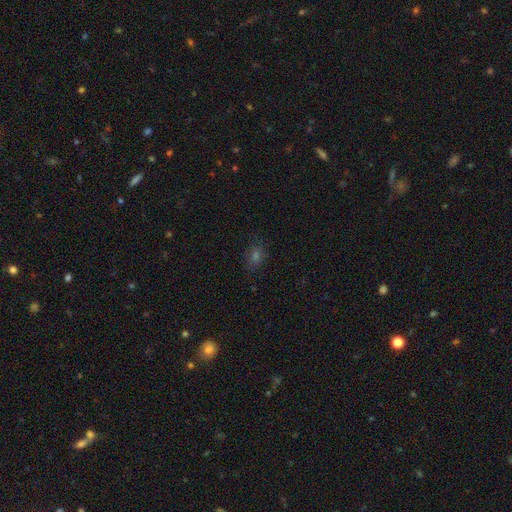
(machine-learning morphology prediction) Overall: smooth (54%; star or artifact 32%). How rounded: in between (55%; round 43%). Merging: none (81%).